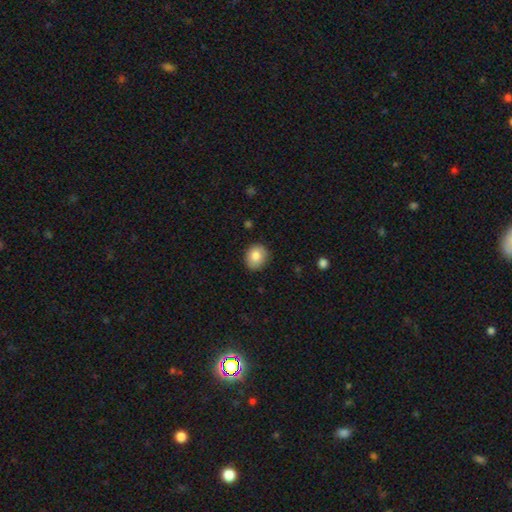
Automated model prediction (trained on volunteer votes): This appears to be a smooth galaxy with no disk features (83%) that is round (66%). Merging: none (86%).